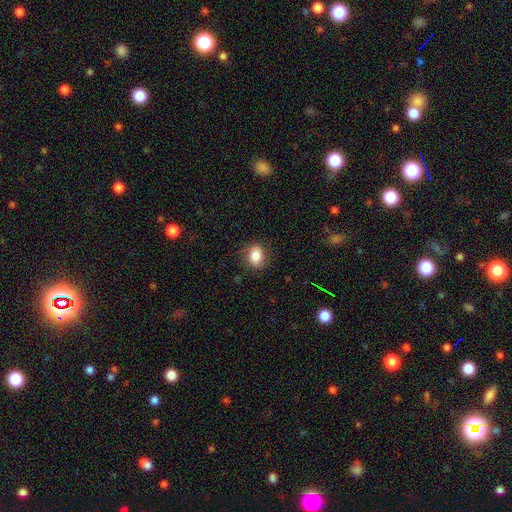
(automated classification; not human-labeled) smooth 83%, star or artifact 9%, featured or disk 8%. Down the decision tree: how rounded — round (51%); merging — none (82%).